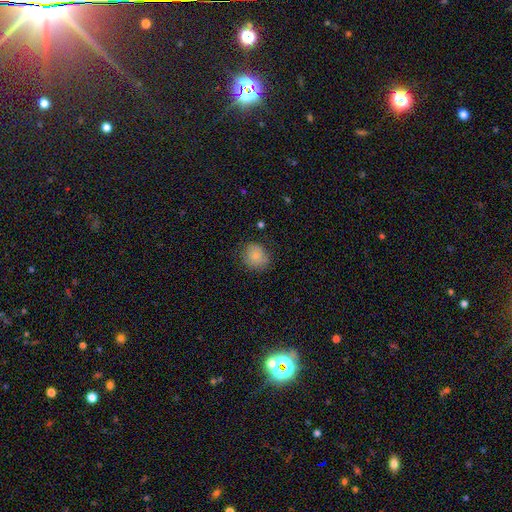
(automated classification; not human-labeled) This appears to be a smooth galaxy with no disk features (81%) that is round (79%). Merging: none (75%).